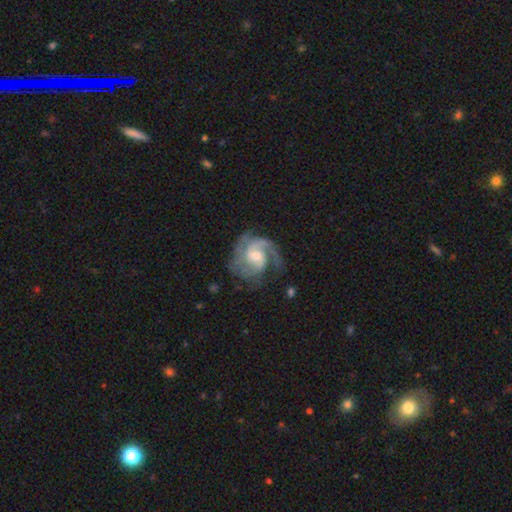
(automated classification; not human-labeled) The model was most divided on "spiral winding": medium: 47%, tight: 37%, loose: 15%. Remaining: edge-on disk — no (98%); spiral arms — yes (97%); smooth or featured — featured or disk (89%); merging — none (63%); bar — no (55%); bulge size — moderate (54%); spiral arm count — 2 (44%).